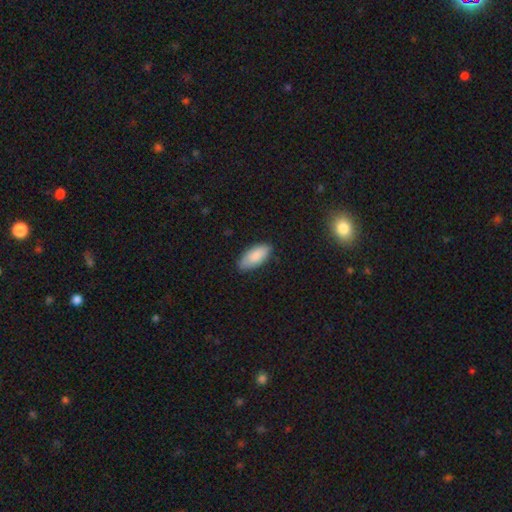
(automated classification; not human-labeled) Smooth or featured? Predicted: smooth (p=0.88). How rounded? Predicted: in between (p=0.87). Merging? Predicted: none (p=0.85).